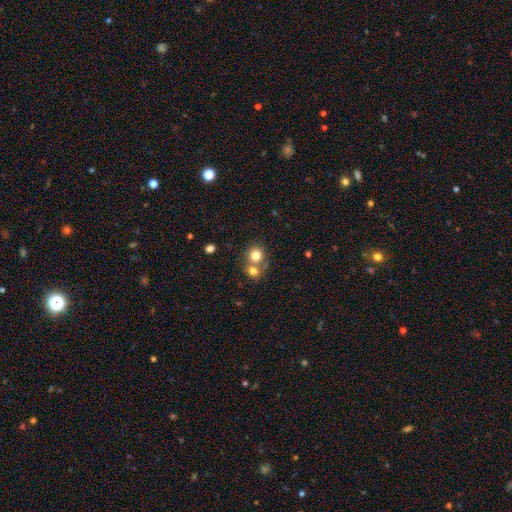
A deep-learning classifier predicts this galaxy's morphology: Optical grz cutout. It shows a smooth galaxy with no disk features (78%) that is round (82%). Merging: merger (47%).